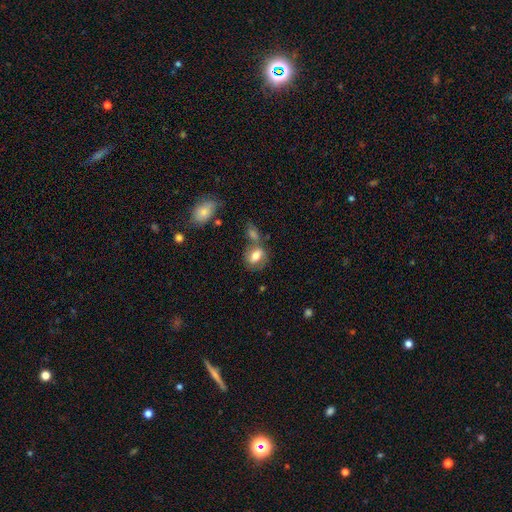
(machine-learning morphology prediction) smooth_or_featured: smooth (p=0.72) [alt: featured or disk p=0.19]
how_rounded: in between (p=0.67) [alt: round p=0.31]
merging: none (p=0.47) [alt: merger p=0.30]